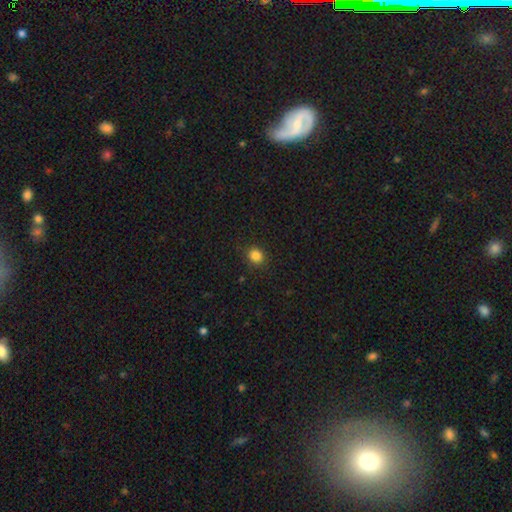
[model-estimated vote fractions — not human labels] This appears to be a smooth galaxy with no disk features (84%) that is round (78%). Merging: none (89%).